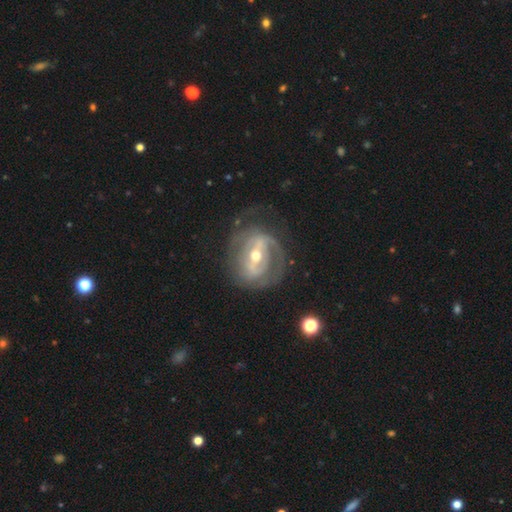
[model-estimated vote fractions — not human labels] Q: Smooth or featured?
A: featured or disk (84%); runner-up: smooth (10%)
Q: Edge-on disk?
A: no (94%); runner-up: yes (6%)
Q: Bar?
A: strong (58%); runner-up: weak (29%)
Q: Spiral arms?
A: yes (79%); runner-up: no (21%)
Q: Spiral winding?
A: tight (47%); runner-up: medium (36%)
Q: Spiral arm count?
A: 2 (51%); runner-up: can't tell (26%)
Q: Bulge size?
A: moderate (57%); runner-up: small (38%)
Q: Merging?
A: none (62%); runner-up: minor disturbance (19%)